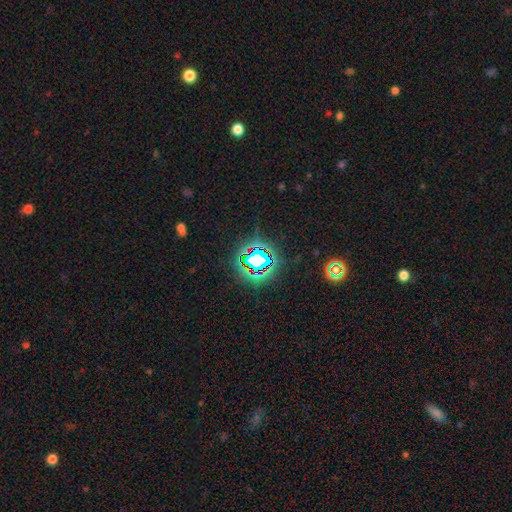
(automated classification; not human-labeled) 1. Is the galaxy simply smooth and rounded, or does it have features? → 72% star or artifact, 17% smooth, 12% featured or disk.